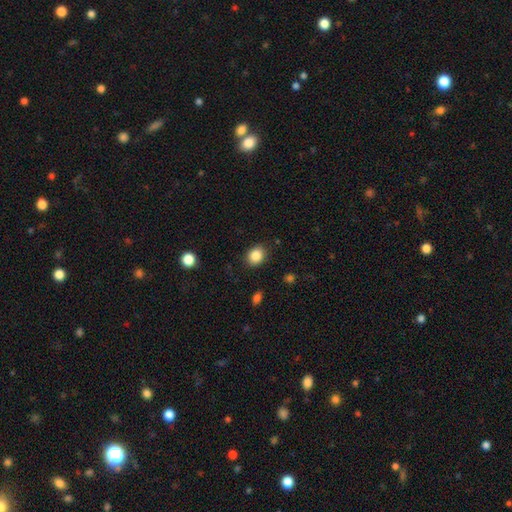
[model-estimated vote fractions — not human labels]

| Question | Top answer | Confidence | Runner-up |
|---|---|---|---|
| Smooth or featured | smooth | 86% | star or artifact (9%) |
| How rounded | round | 60% | in between (40%) |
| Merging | none | 88% | minor disturbance (8%) |